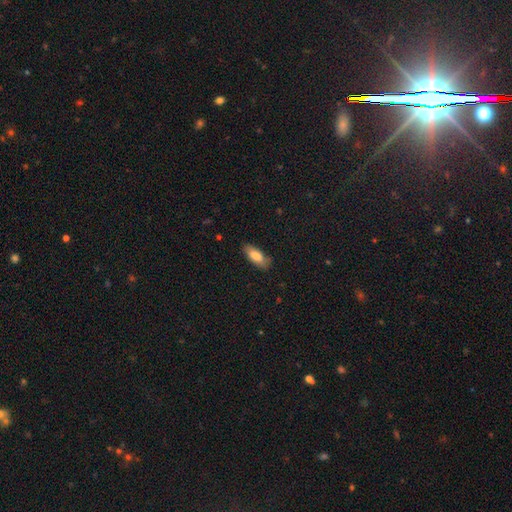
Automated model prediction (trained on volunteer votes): Smooth or featured? Predicted: smooth (p=0.81). How rounded? Predicted: in between (p=0.77). Merging? Predicted: none (p=0.81).